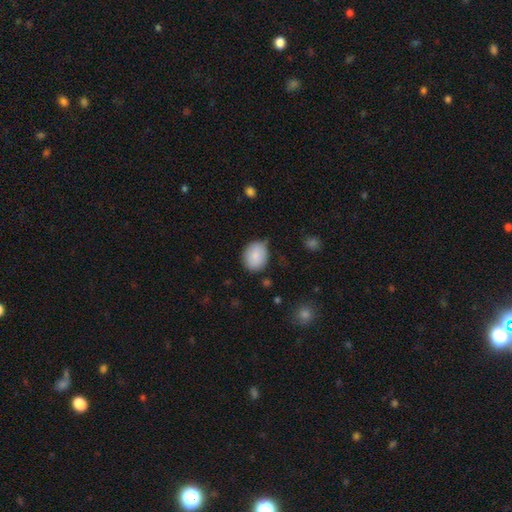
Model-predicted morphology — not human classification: smooth 87%, star or artifact 7%, featured or disk 6%. Down the decision tree: how rounded — round (52%); merging — none (66%).